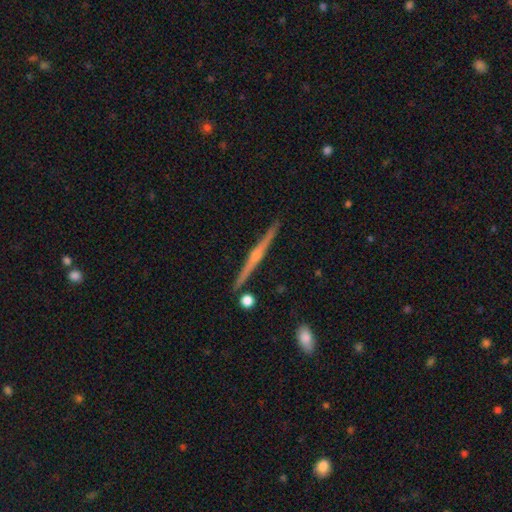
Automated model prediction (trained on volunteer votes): Smooth or featured: featured or disk — 79% (smooth — 15%)
Edge-on disk: yes — 98% (no — 2%)
Edge-on bulge: rounded — 79% (none — 13%)
Merging: none — 90% (minor disturbance — 7%)